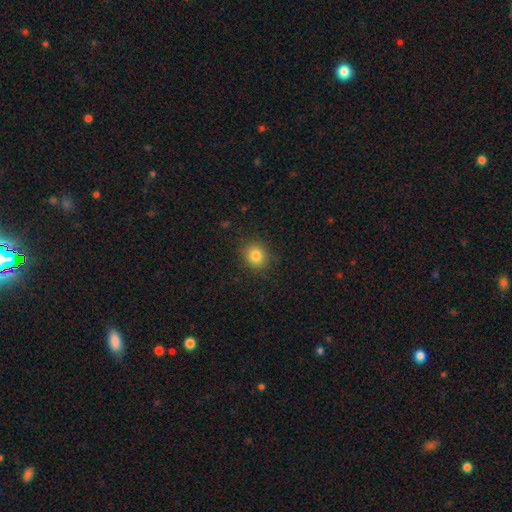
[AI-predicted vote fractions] Smooth or featured: smooth — 82% (star or artifact — 11%)
How rounded: round — 76% (in between — 23%)
Merging: none — 87% (minor disturbance — 9%)